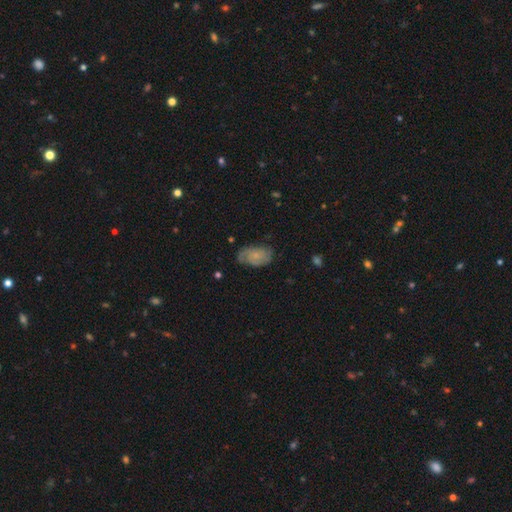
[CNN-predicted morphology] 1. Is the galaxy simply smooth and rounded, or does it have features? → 49% smooth, 43% featured or disk, 8% star or artifact.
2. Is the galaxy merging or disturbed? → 63% none, 27% minor disturbance, 8% major disturbance, 1% merger.